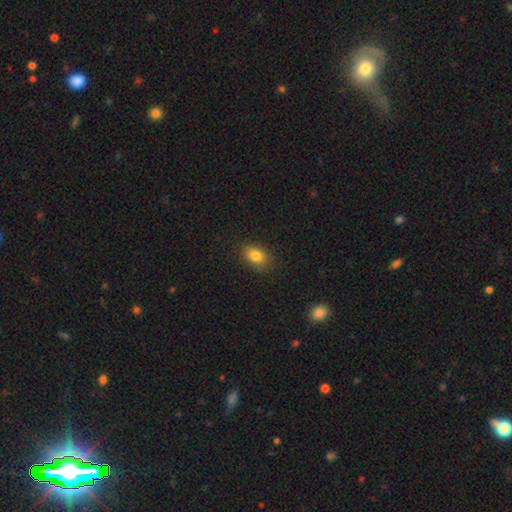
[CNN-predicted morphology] Smooth or featured?
  - smooth: 83% *
  - star or artifact: 10%
  - featured or disk: 7%
How rounded?
  - in between: 79% *
  - round: 20%
  - cigar-shaped: 2%
Merging?
  - none: 84% *
  - minor disturbance: 12%
  - major disturbance: 3%
  - merger: 1%